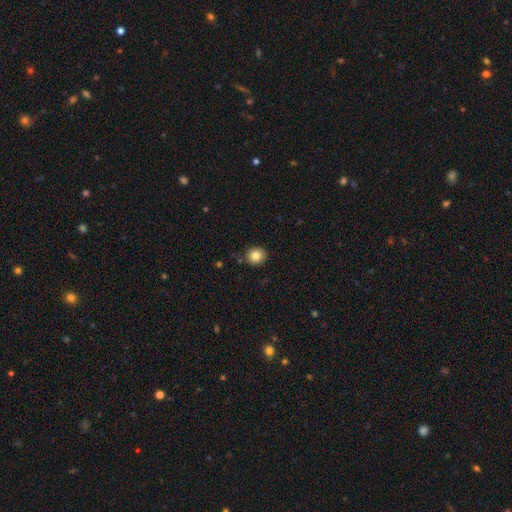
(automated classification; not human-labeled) smooth 83%, star or artifact 10%, featured or disk 7%. Down the decision tree: how rounded — round (85%); merging — none (88%).